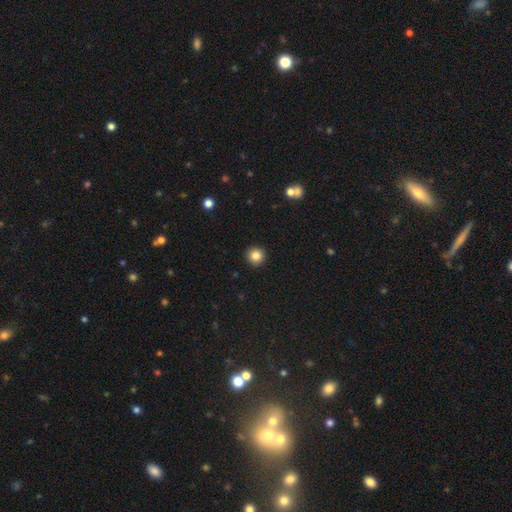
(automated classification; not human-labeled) This appears to be a smooth galaxy with no disk features (84%) that is round (95%). Merging: none (93%).